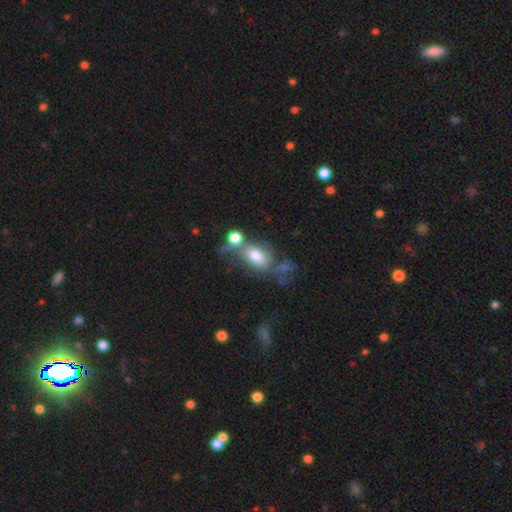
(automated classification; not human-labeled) This is likely a smooth galaxy (65%). How rounded: clearly in between (82%). Merging: marginally merger (34%).